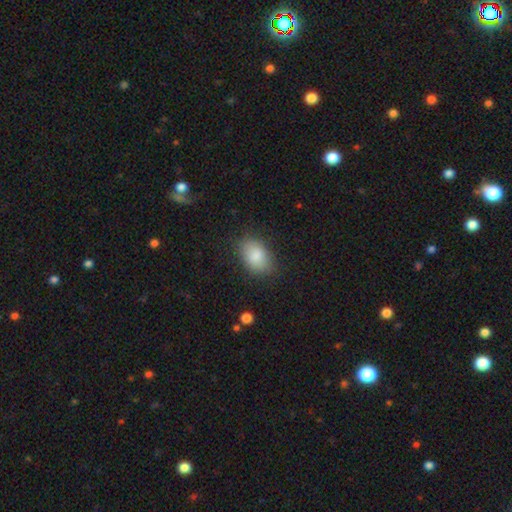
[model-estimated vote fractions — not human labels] A smooth galaxy with no disk features (86%) that is in between round and cigar-shaped (85%).

Vote fractions:
- Smooth or featured? smooth: 86% / star or artifact: 7% / featured or disk: 7%
- How rounded? in between: 85% / round: 14% / cigar-shaped: 1%
- Merging? none: 80% / minor disturbance: 15% / major disturbance: 4% / merger: 1%